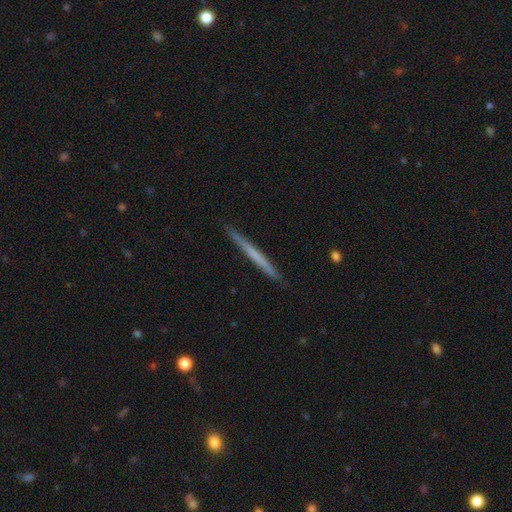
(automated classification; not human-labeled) Morphology: type=smooth (49%); merging=none (91%).